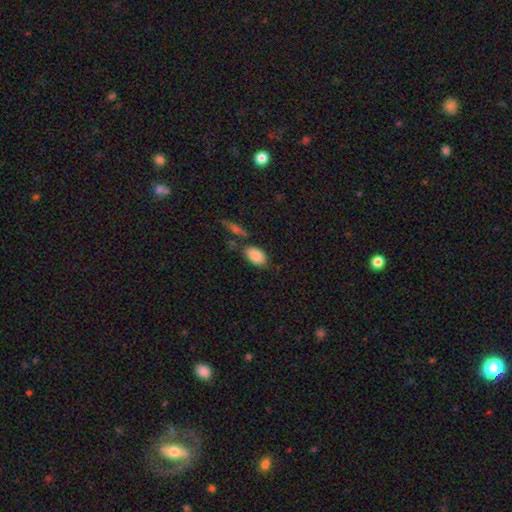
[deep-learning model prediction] smooth 87%, star or artifact 7%, featured or disk 6%. Down the decision tree: how rounded — in between (92%); merging — none (68%).